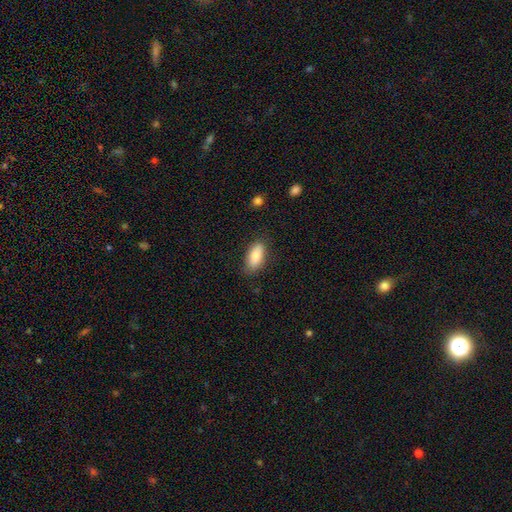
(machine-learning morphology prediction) A smooth galaxy with no disk features (83%) that is in between round and cigar-shaped (89%).

Vote fractions:
- Smooth or featured? smooth: 83% / featured or disk: 10% / star or artifact: 7%
- How rounded? in between: 89% / cigar-shaped: 8% / round: 3%
- Merging? none: 80% / minor disturbance: 15% / major disturbance: 3% / merger: 1%